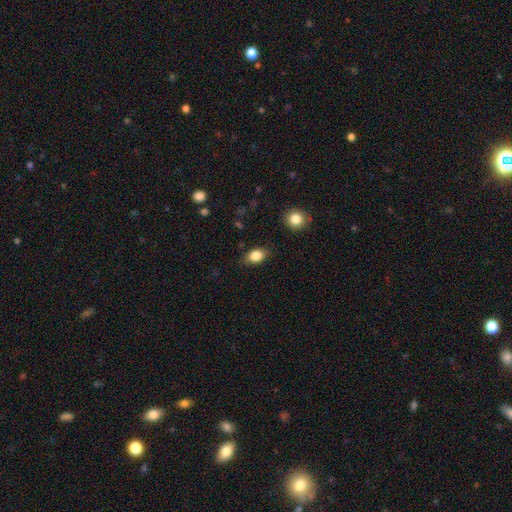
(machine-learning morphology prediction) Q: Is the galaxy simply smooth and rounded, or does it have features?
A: smooth — 84%.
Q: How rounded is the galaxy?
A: in between — 79%.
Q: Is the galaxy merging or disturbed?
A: none — 81%.